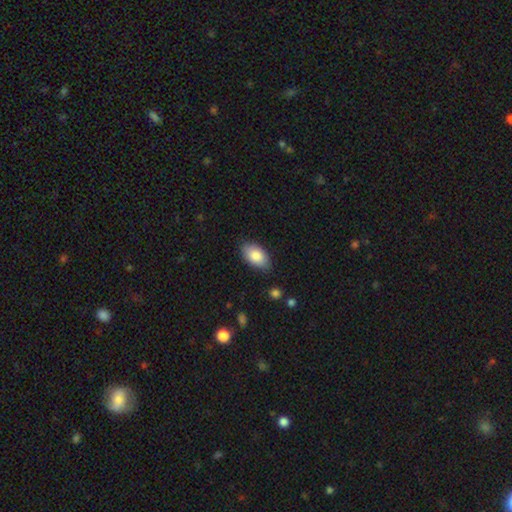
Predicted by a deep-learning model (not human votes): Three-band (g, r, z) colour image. It shows a smooth galaxy with no disk features (85%) that is in between round and cigar-shaped (94%). Merging: none (84%).